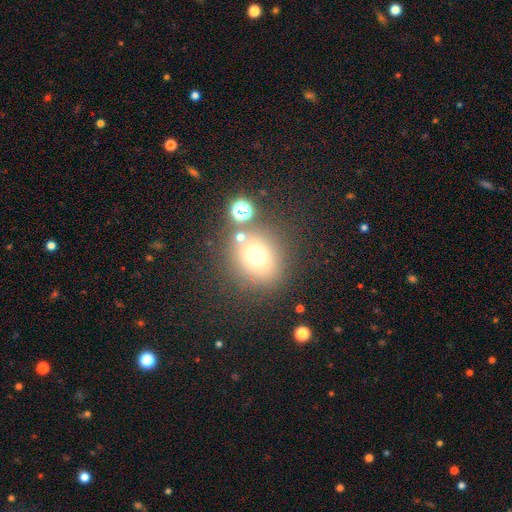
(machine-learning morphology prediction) Smooth or featured?
  - smooth: 67% *
  - star or artifact: 20%
  - featured or disk: 13%
How rounded?
  - round: 74% *
  - in between: 25%
  - cigar-shaped: 1%
Merging?
  - none: 74% *
  - minor disturbance: 11%
  - merger: 10%
  - major disturbance: 5%